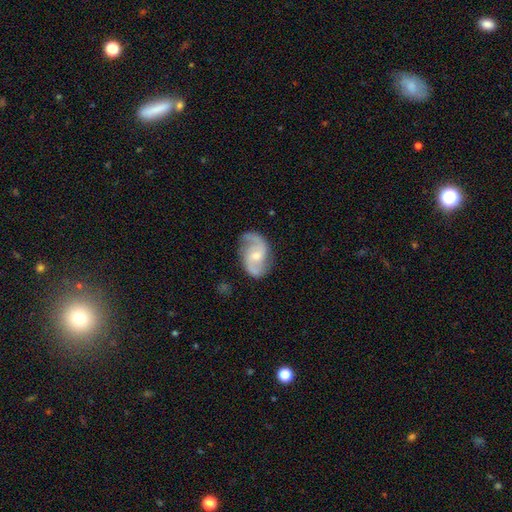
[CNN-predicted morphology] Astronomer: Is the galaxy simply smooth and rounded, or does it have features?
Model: featured or disk — 86%.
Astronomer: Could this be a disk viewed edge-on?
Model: no — 98%.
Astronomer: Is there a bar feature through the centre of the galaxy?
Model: weak — 47% (runner-up: no, 44%).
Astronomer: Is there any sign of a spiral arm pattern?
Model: yes — 97%.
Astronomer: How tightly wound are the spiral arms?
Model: medium — 47% (runner-up: loose, 40%).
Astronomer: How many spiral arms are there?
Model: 2 — 91%.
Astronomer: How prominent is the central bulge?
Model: moderate — 48% (runner-up: small, 45%).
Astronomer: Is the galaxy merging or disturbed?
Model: none — 76%.